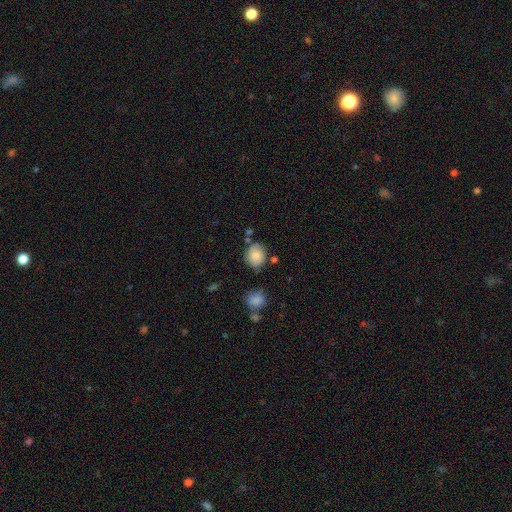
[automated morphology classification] This is likely a smooth galaxy (79%). How rounded: likely round (66%). Merging: likely none (68%).